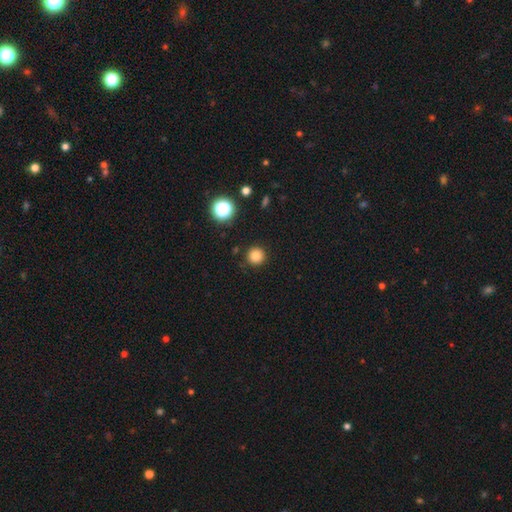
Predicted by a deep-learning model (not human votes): Smooth or featured? Predicted: smooth (p=0.82). How rounded? Predicted: round (p=0.95). Merging? Predicted: none (p=0.90).